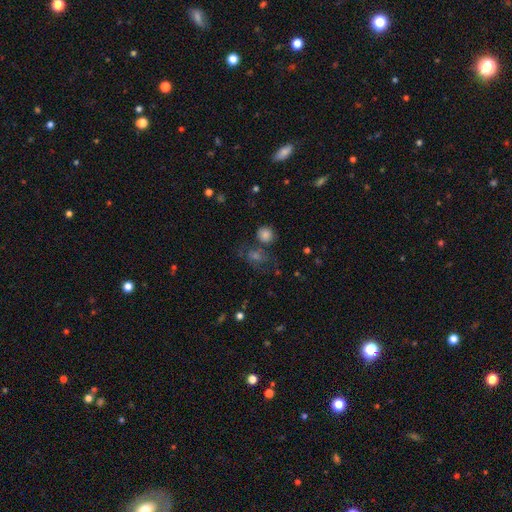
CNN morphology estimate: Smooth or featured?
  - smooth: 45% *
  - star or artifact: 32%
  - featured or disk: 23%
Merging?
  - none: 59% *
  - minor disturbance: 15%
  - merger: 15%
  - major disturbance: 10%